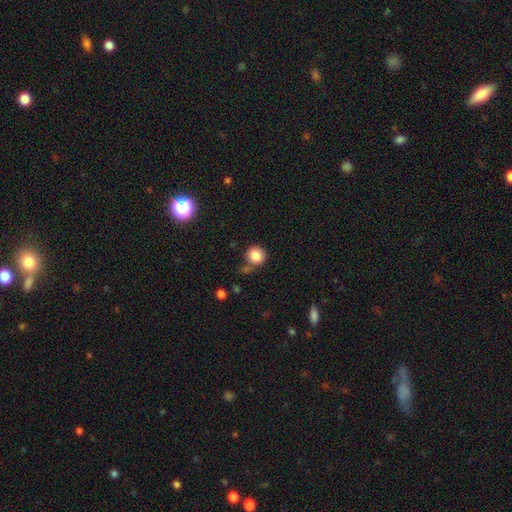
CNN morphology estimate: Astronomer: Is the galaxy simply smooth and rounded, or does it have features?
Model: smooth — 84%.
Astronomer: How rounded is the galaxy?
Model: round — 87%.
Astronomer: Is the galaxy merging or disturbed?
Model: none — 69%.